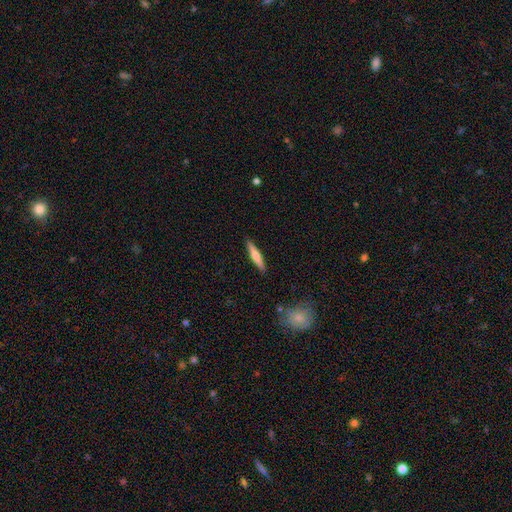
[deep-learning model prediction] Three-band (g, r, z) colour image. It shows a smooth galaxy with no disk features (61%) that is cigar-shaped (89%). Merging: none (90%).